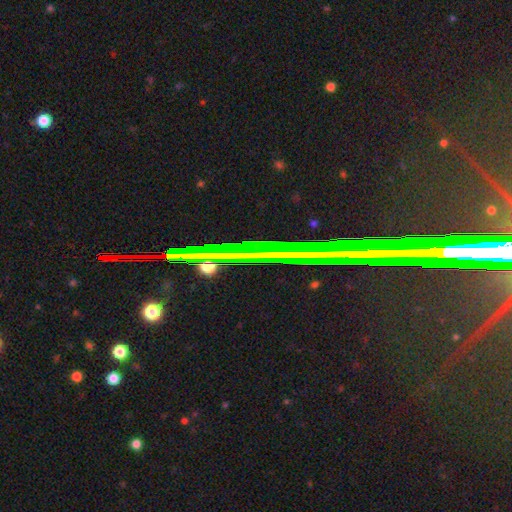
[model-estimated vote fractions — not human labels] Smooth or featured? star or artifact (79%)